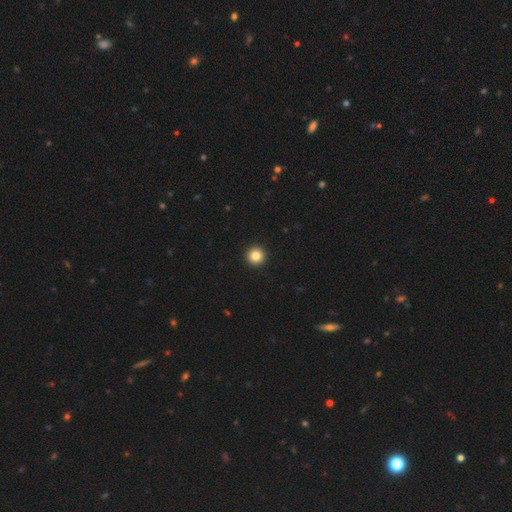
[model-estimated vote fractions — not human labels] smooth_or_featured: smooth (p=0.84) [alt: star or artifact p=0.11]
how_rounded: round (p=0.96) [alt: in between p=0.03]
merging: none (p=0.94) [alt: minor disturbance p=0.03]